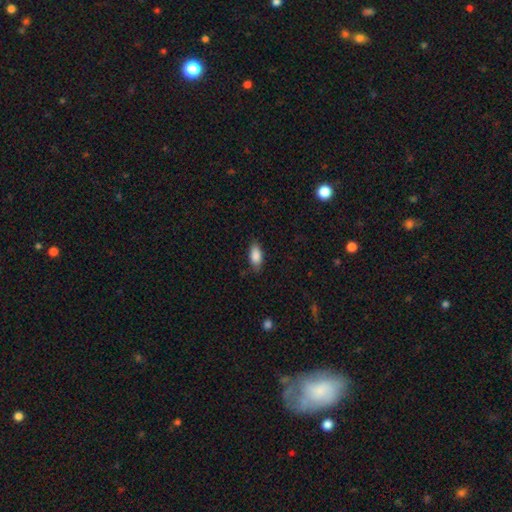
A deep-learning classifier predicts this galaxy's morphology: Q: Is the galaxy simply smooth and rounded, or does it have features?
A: smooth — 88%.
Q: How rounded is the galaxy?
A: in between — 89%.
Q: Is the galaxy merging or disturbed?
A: none — 81%.